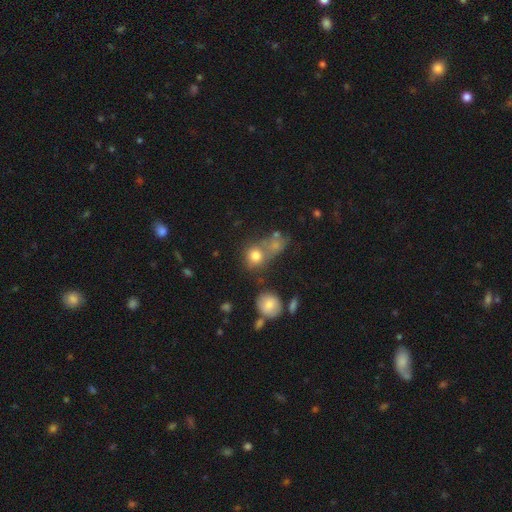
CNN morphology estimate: This is likely a smooth galaxy (77%). How rounded: likely round (76%). Merging: possibly none (46%).